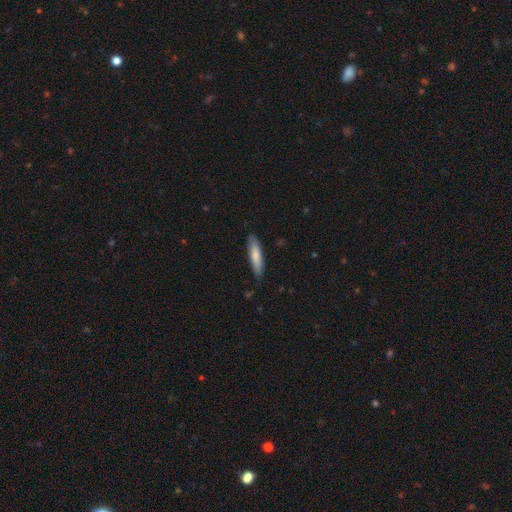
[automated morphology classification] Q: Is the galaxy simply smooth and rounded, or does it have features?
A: smooth — 78%.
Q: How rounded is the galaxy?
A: cigar-shaped — 76%.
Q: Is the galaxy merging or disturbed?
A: none — 83%.